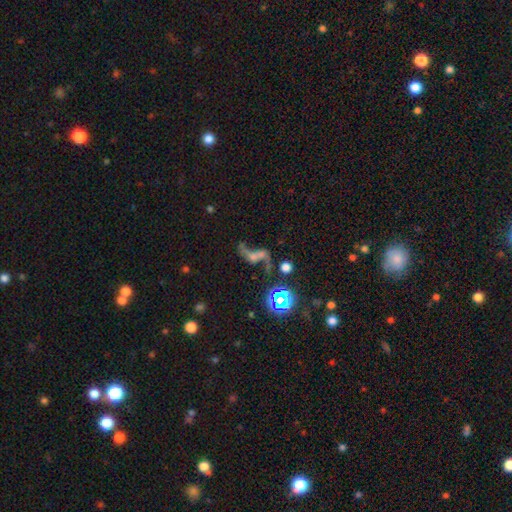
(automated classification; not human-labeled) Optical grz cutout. It shows a featured or disk galaxy (56%) with no bar (64%), spiral arms (69%) and no central bulge (47%). Merging: none (33%).